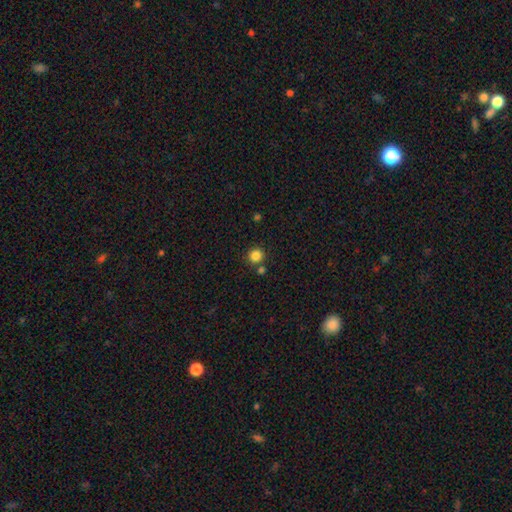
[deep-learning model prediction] smooth_or_featured: smooth (p=0.84) [alt: star or artifact p=0.12]
how_rounded: round (p=0.94) [alt: in between p=0.05]
merging: none (p=0.80) [alt: merger p=0.10]